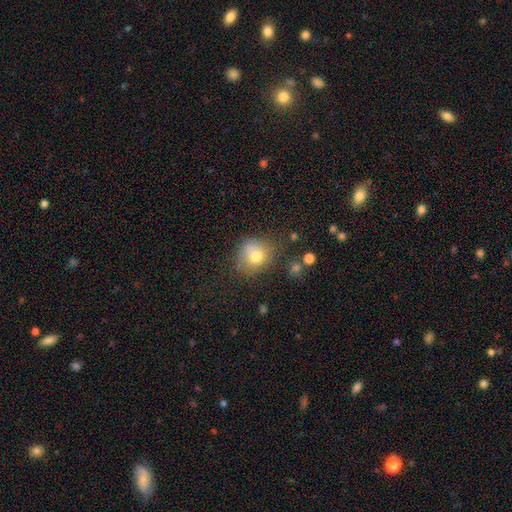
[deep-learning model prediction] Smooth or featured: smooth — 75% (featured or disk — 13%)
How rounded: round — 77% (in between — 22%)
Merging: none — 61% (minor disturbance — 23%)